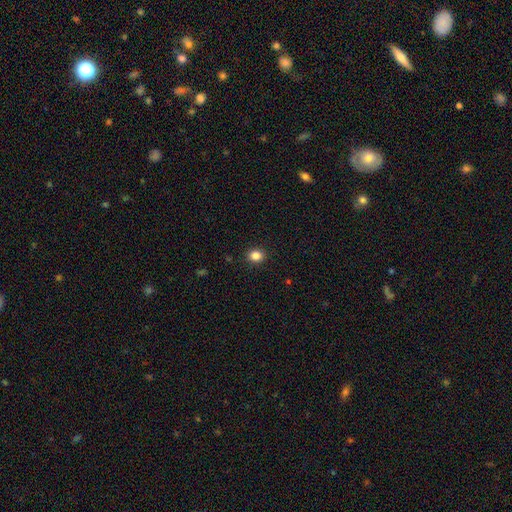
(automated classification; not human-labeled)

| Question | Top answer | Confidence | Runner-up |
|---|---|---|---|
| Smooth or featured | smooth | 85% | star or artifact (11%) |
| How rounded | round | 65% | in between (34%) |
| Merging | none | 91% | minor disturbance (6%) |